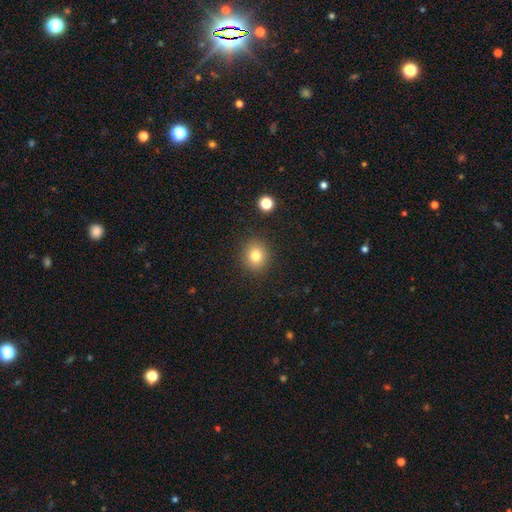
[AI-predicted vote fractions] Q: Smooth or featured?
A: smooth (79%); runner-up: star or artifact (12%)
Q: How rounded?
A: round (85%); runner-up: in between (14%)
Q: Merging?
A: none (89%); runner-up: minor disturbance (7%)